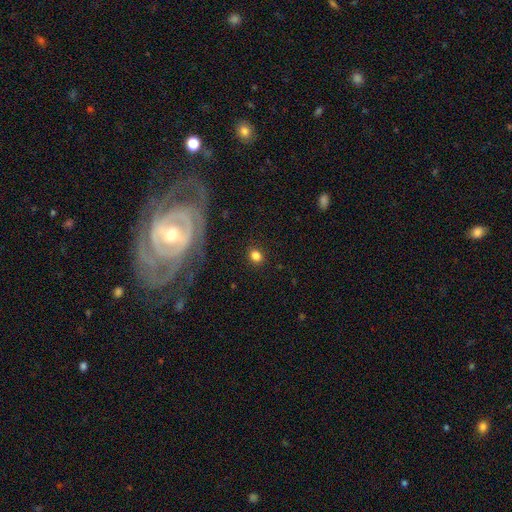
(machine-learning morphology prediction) smooth 81%, star or artifact 11%, featured or disk 7%. Down the decision tree: how rounded — round (70%); merging — none (89%).